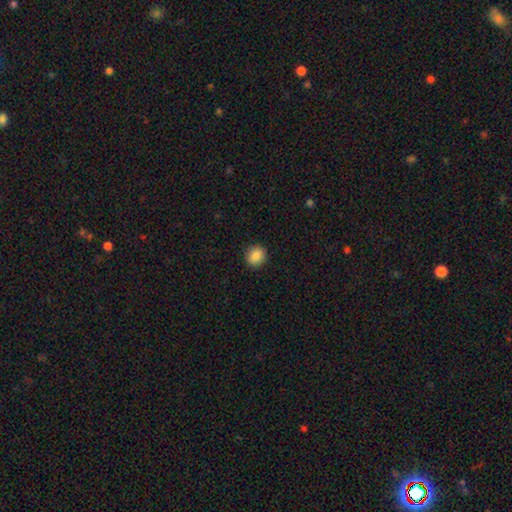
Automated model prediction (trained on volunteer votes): A smooth galaxy with no disk features (86%) that is round (83%). Merging: none (91%).